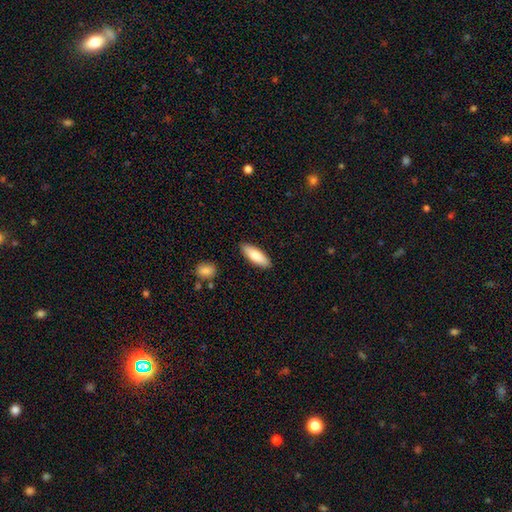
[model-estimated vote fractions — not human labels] Morphology: type=smooth (78%); roundness=in between (58%); merging=none (89%).